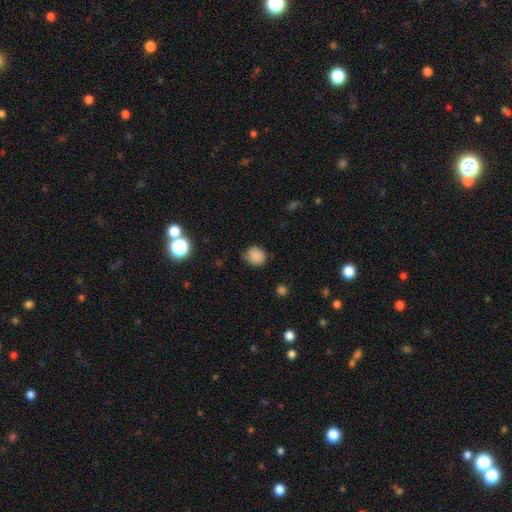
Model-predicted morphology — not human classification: Smooth or featured? smooth (84%)
How rounded? round (69%)
Merging? none (74%)